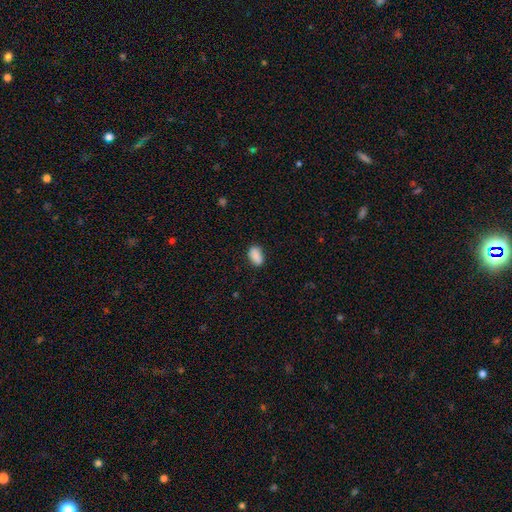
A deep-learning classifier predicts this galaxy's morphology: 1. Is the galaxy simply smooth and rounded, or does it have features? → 88% smooth, 8% star or artifact, 4% featured or disk.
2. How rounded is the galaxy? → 91% in between, 6% round, 3% cigar-shaped.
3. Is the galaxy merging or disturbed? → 82% none, 13% minor disturbance, 3% major disturbance, 1% merger.